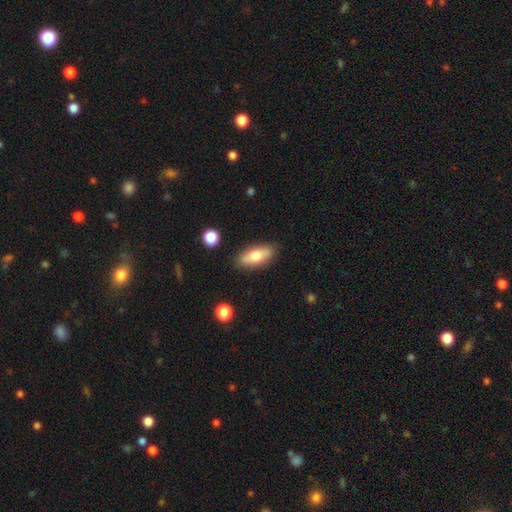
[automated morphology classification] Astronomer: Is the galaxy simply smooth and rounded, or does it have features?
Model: smooth — 71%.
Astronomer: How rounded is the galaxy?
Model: in between — 74%.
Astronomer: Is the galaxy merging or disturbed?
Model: none — 84%.